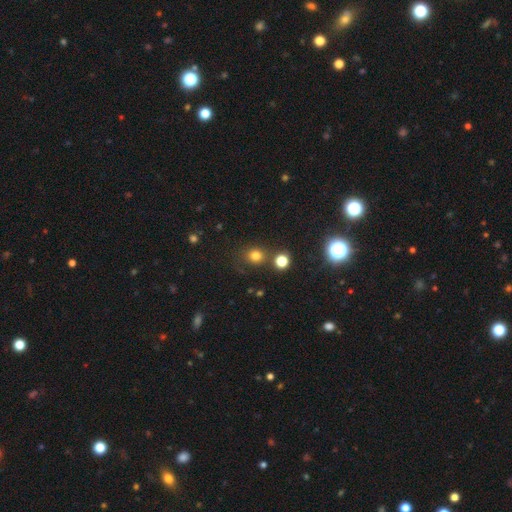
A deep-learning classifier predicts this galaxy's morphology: A smooth galaxy with no disk features (75%) that is round (82%). Merging: none (72%).